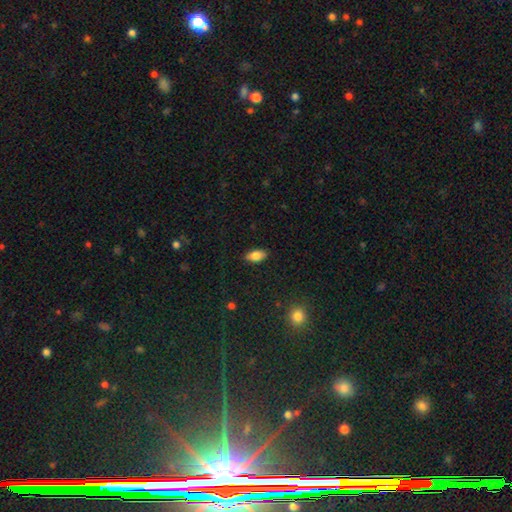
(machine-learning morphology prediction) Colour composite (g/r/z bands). It shows a smooth galaxy with no disk features (82%) that is in between round and cigar-shaped (90%). Merging: none (88%).